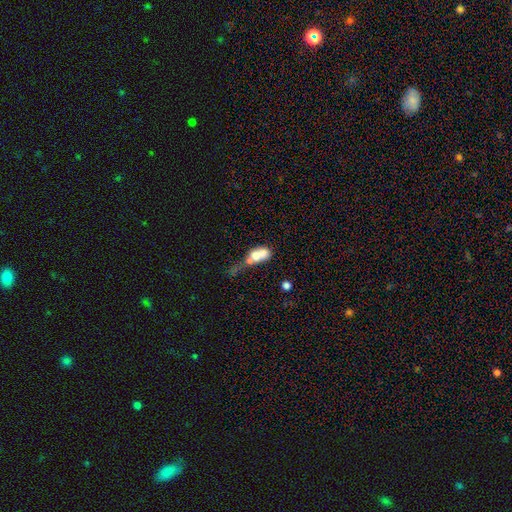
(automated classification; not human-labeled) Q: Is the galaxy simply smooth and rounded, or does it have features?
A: smooth — 61%.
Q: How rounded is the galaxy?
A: in between — 70%.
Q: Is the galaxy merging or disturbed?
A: merger — 49%.